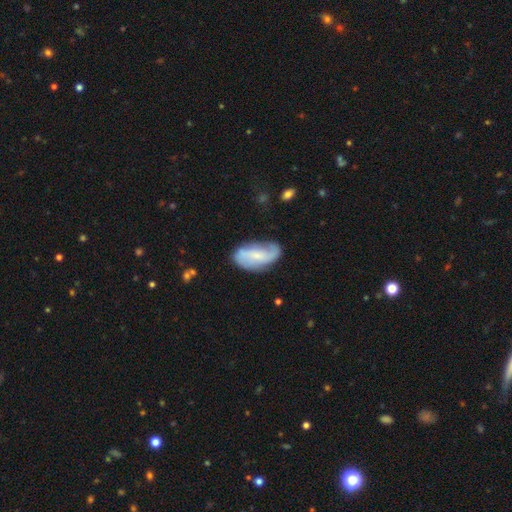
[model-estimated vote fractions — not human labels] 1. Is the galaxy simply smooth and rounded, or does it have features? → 60% featured or disk, 33% smooth, 7% star or artifact.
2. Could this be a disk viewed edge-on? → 95% no, 5% yes.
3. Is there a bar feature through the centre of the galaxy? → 41% weak, 40% no, 19% strong.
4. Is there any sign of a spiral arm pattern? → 88% yes, 12% no.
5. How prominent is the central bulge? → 58% small, 25% moderate, 12% none, 3% large, 1% dominant.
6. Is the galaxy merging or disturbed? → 68% none, 22% minor disturbance, 8% major disturbance, 2% merger.